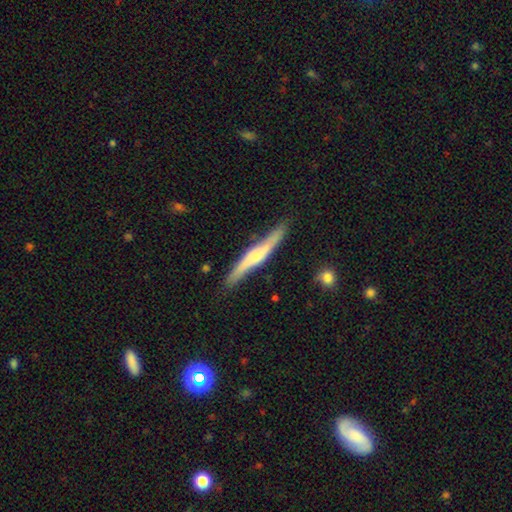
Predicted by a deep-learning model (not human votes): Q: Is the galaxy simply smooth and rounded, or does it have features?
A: featured or disk — 60%.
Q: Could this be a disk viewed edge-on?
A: yes — 89%.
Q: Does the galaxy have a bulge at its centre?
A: rounded — 65%.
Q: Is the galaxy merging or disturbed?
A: none — 81%.